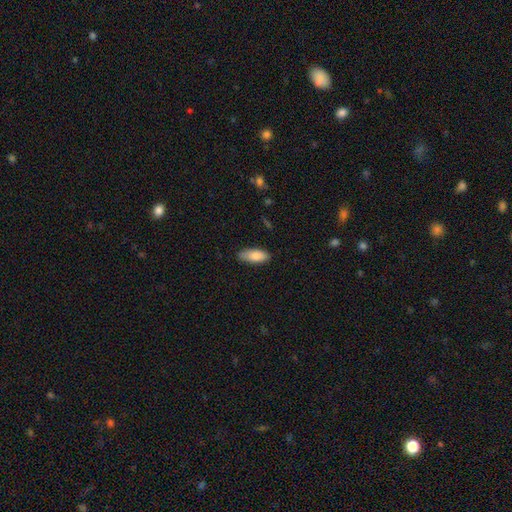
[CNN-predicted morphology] A smooth galaxy with no disk features (84%) that is in between round and cigar-shaped (80%).

Vote fractions:
- Smooth or featured? smooth: 84% / featured or disk: 10% / star or artifact: 6%
- How rounded? in between: 80% / cigar-shaped: 18% / round: 2%
- Merging? none: 82% / minor disturbance: 14% / major disturbance: 2% / merger: 1%